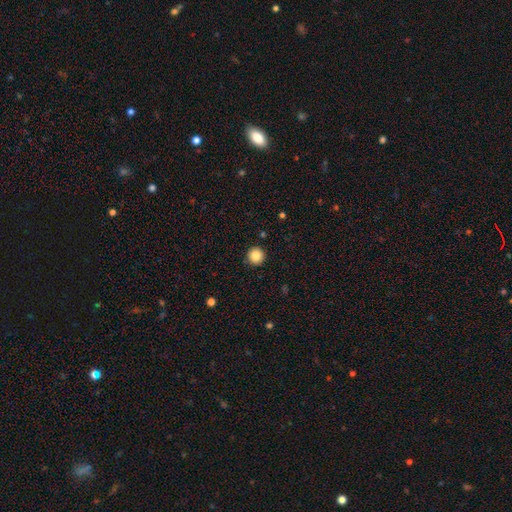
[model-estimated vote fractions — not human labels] Smooth or featured? Predicted: smooth (p=0.84). How rounded? Predicted: round (p=0.96). Merging? Predicted: none (p=0.93).